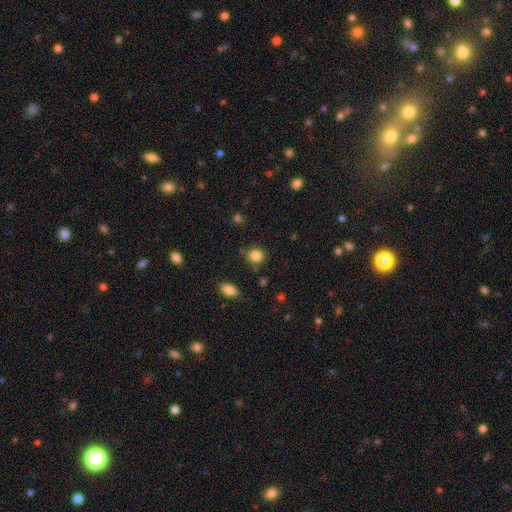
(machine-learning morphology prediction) The model was most divided on "how rounded": round: 77%, in between: 22%, cigar-shaped: 1%. More confident: smooth or featured — smooth (85%); merging — none (79%).